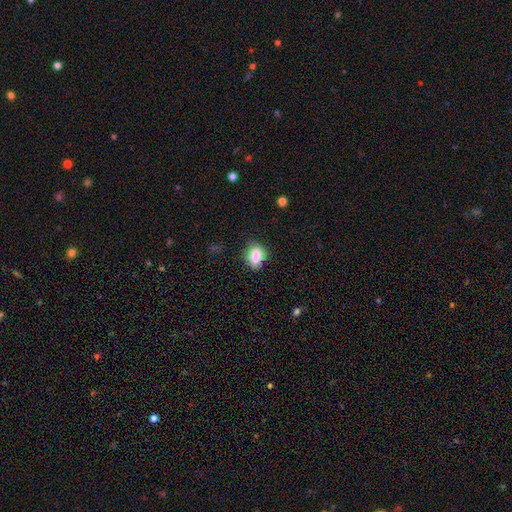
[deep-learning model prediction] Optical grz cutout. It shows a smooth galaxy with no disk features (85%) that is in between round and cigar-shaped (65%). Merging: none (76%).